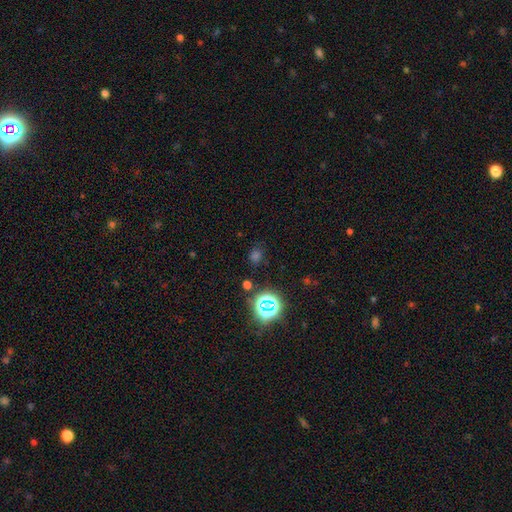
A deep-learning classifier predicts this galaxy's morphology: Q: Smooth or featured?
A: star or artifact (51%); runner-up: smooth (42%)